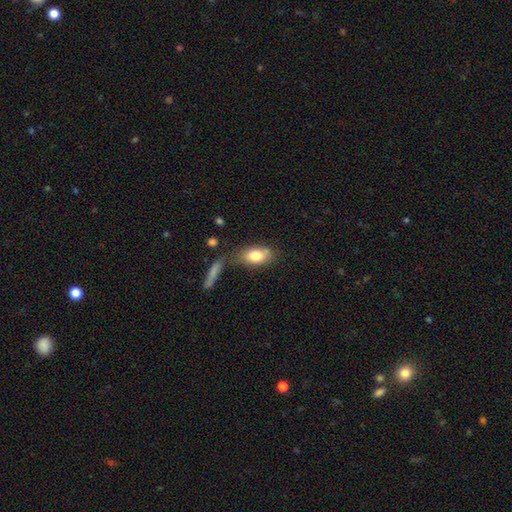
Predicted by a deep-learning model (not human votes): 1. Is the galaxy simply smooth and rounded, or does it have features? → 78% smooth, 15% featured or disk, 7% star or artifact.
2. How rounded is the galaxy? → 86% in between, 7% round, 6% cigar-shaped.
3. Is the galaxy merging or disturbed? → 60% none, 20% minor disturbance, 14% merger, 7% major disturbance.